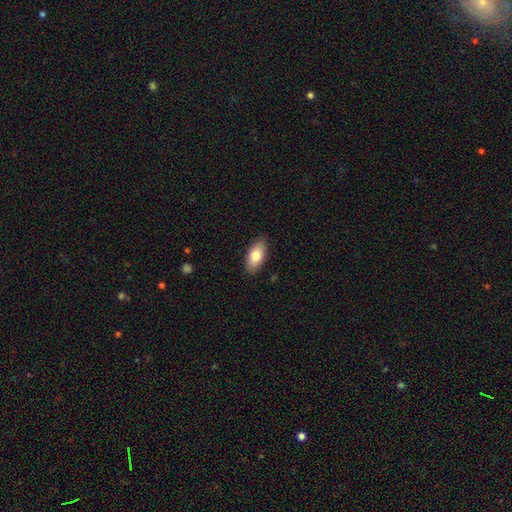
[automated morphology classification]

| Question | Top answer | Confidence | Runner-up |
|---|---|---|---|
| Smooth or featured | smooth | 79% | featured or disk (15%) |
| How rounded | in between | 90% | cigar-shaped (7%) |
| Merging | none | 88% | minor disturbance (9%) |